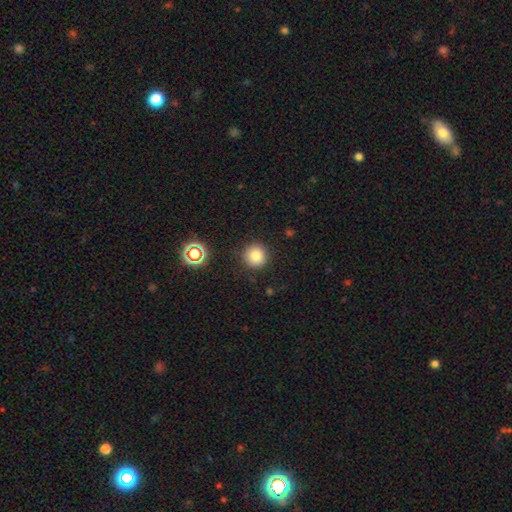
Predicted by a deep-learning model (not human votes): Smooth or featured? Predicted: smooth (p=0.82). How rounded? Predicted: round (p=0.95). Merging? Predicted: none (p=0.90).